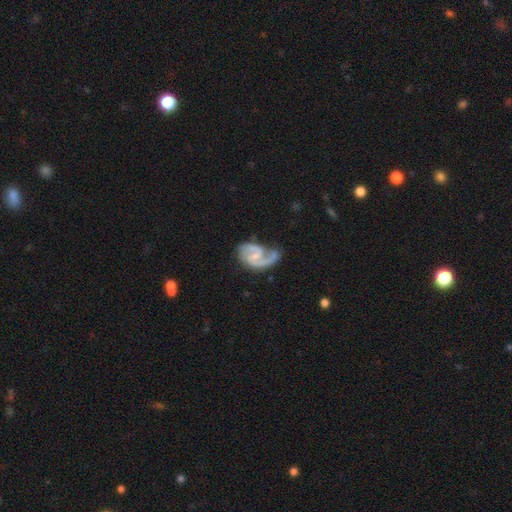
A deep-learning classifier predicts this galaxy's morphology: This appears to be a featured or disk galaxy (89%) with a weak bar (50%), 2 (85%) medium (55%) spiral arms (97%) and a small central bulge (61%). Merging: none (53%).